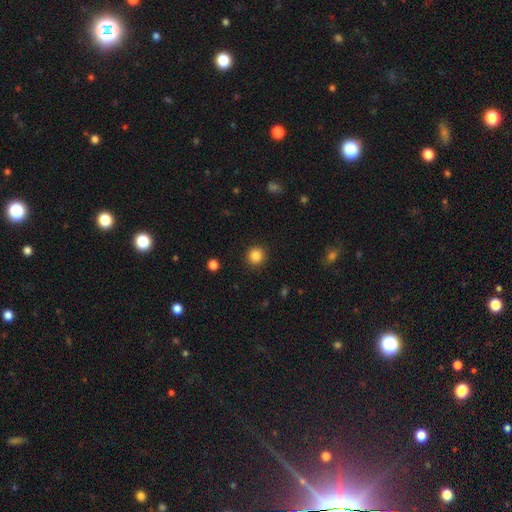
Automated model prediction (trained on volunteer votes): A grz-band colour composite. It shows a smooth galaxy with no disk features (85%) that is round (93%). Merging: none (92%).